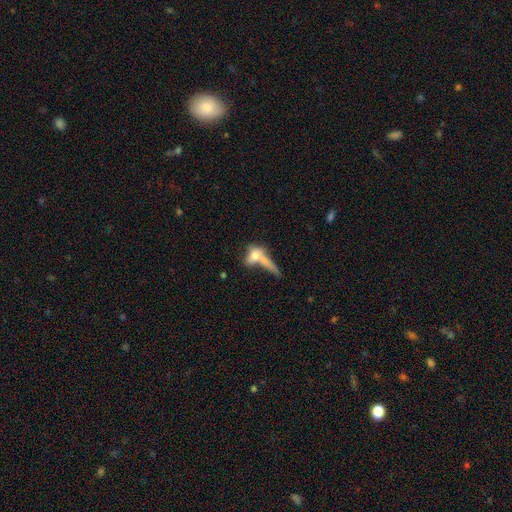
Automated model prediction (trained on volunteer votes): smooth-or-featured: smooth: 55% | featured or disk: 34% | star or artifact: 11%
  how-rounded: in between: 45% | cigar-shaped: 29% | round: 26%
  merging: merger: 40% | none: 25% | major disturbance: 23% | minor disturbance: 12%